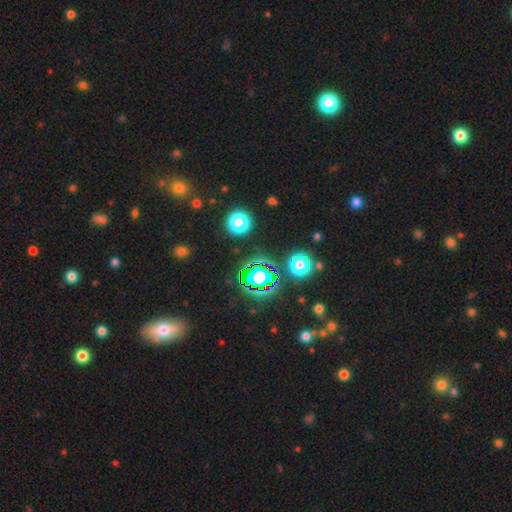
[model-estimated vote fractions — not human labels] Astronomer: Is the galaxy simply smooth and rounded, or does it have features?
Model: star or artifact — 70%.